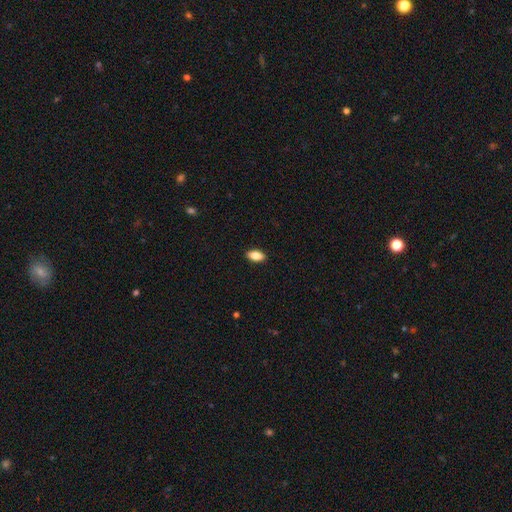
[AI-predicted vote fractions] The model was most divided on "smooth or featured": smooth: 83%, featured or disk: 9%, star or artifact: 7%. More confident: how rounded — in between (90%); merging — none (90%).